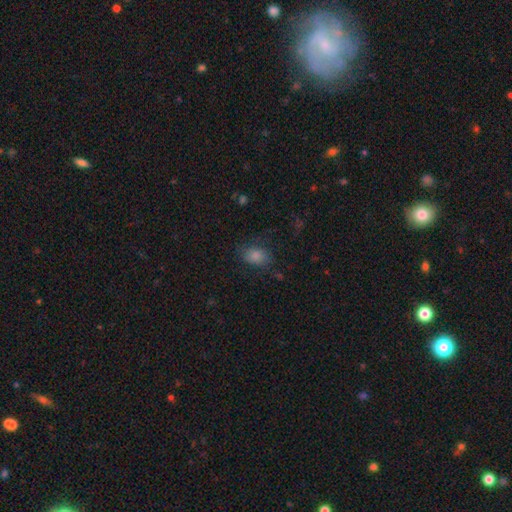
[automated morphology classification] type=smooth (83%); roundness=in between (80%); merging=none (70%).